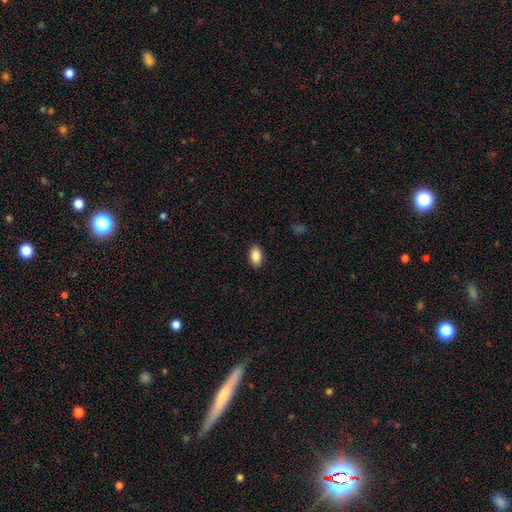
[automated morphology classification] A smooth galaxy with no disk features (87%) that is in between round and cigar-shaped (92%). Merging: none (89%).